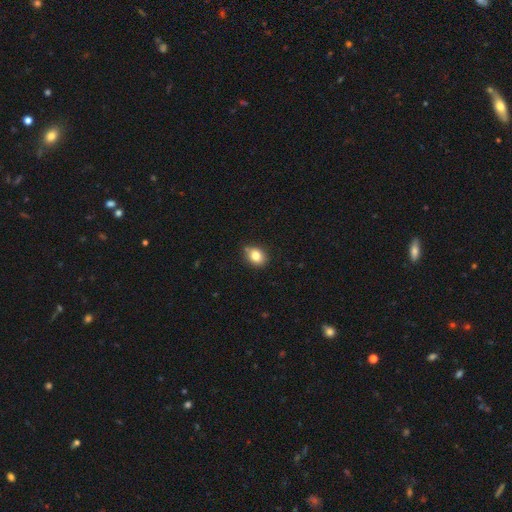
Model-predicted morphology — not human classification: smooth-or-featured: smooth: 80% | star or artifact: 10% | featured or disk: 10%
  how-rounded: in between: 59% | round: 40% | cigar-shaped: 1%
  merging: none: 72% | minor disturbance: 22% | major disturbance: 3% | merger: 3%